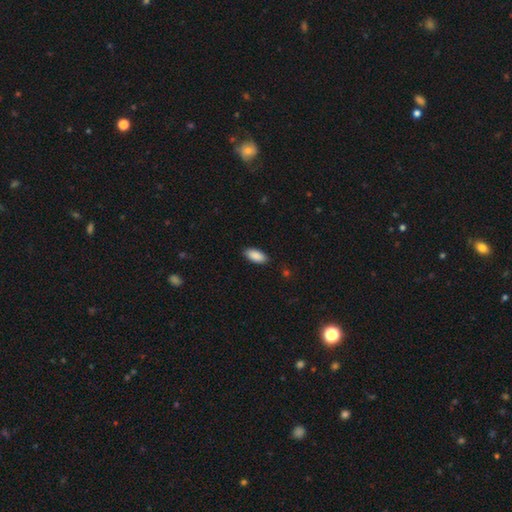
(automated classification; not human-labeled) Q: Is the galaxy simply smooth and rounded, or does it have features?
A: smooth — 90%.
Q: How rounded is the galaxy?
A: in between — 91%.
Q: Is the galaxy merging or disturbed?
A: none — 88%.